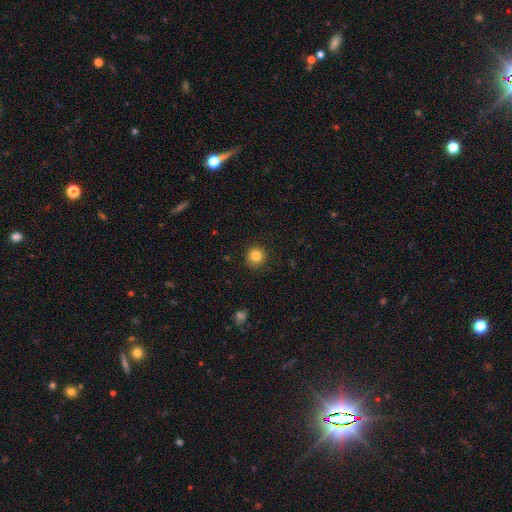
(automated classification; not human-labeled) Morphology: type=smooth (84%); roundness=round (91%); merging=none (88%).